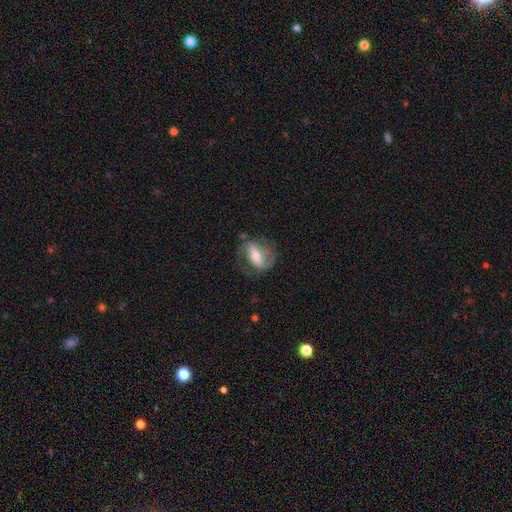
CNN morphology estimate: A featured or disk galaxy (64%) with a strong bar (51%), spiral arms (73%) and a moderate central bulge (65%).

Vote fractions:
- Smooth or featured? featured or disk: 64% / smooth: 30% / star or artifact: 6%
- Edge-on disk? no: 91% / yes: 9%
- Bar? strong: 51% / weak: 30% / no: 19%
- Spiral arms? yes: 73% / no: 27%
- Bulge size? moderate: 65% / small: 25% / large: 7% / none: 1% / dominant: 1%
- Merging? none: 62% / minor disturbance: 21% / major disturbance: 15% / merger: 2%